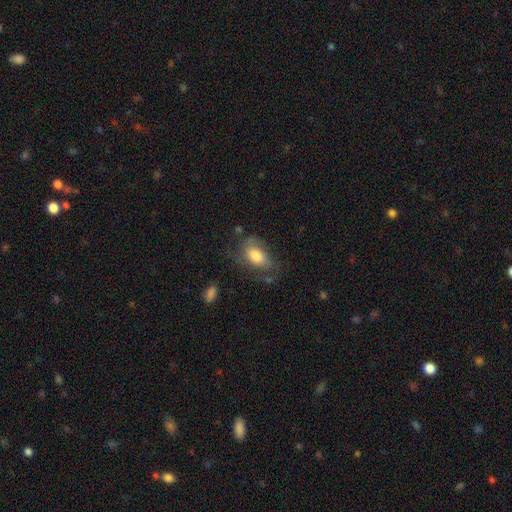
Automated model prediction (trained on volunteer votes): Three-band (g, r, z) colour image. It shows a smooth galaxy with no disk features (57%) that is in between round and cigar-shaped (90%). Merging: none (50%).